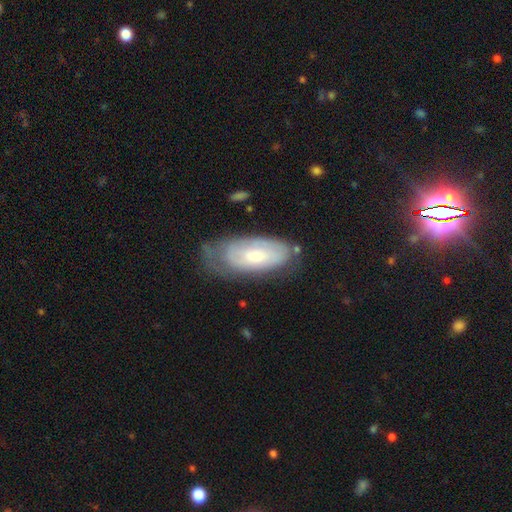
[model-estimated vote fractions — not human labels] featured or disk 49%, smooth 45%, star or artifact 6%. Down the decision tree: merging — none (48%).